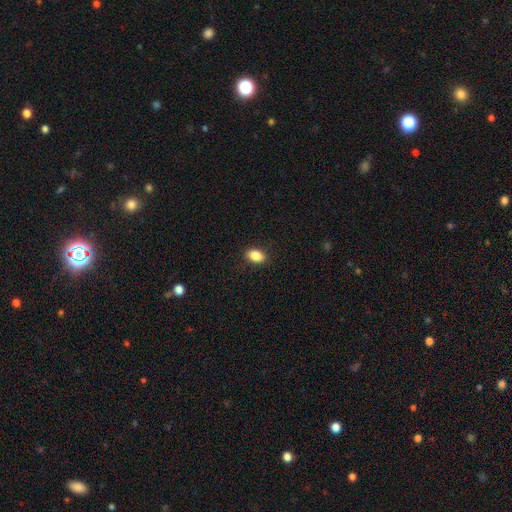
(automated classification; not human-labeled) A smooth galaxy with no disk features (87%) that is in between round and cigar-shaped (88%). Merging: none (87%).